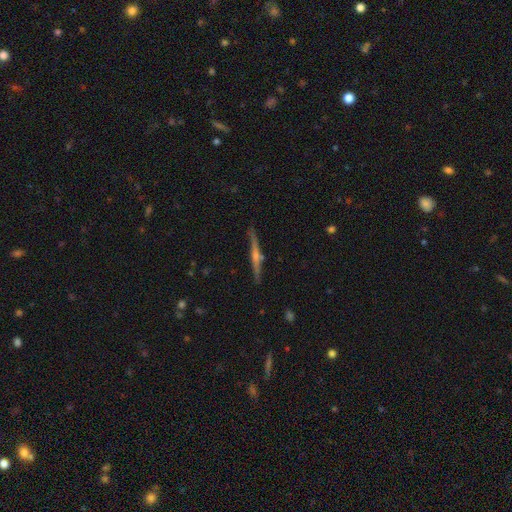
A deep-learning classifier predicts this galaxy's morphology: This is likely a featured or disk galaxy (78%). It is clearly viewed edge-on (97%). Edge-on bulge: clearly rounded (80%). Merging: clearly none (88%).